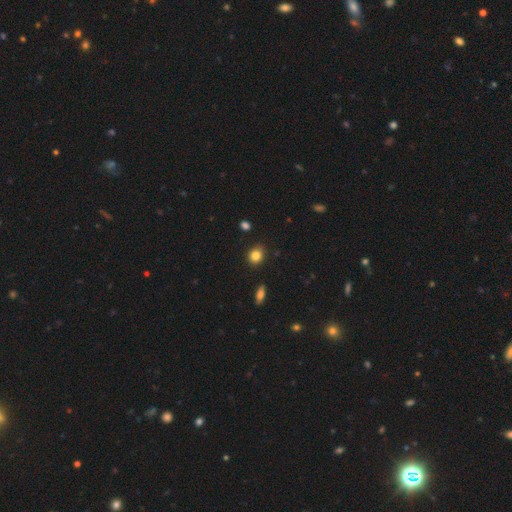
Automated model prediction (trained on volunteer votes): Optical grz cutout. It shows a smooth galaxy with no disk features (83%) that is round (72%). Merging: none (86%).